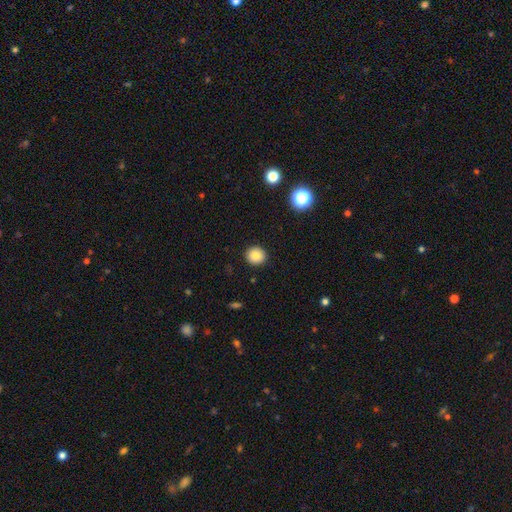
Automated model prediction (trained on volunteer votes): smooth 83%, star or artifact 11%, featured or disk 6%. Down the decision tree: how rounded — round (92%); merging — none (92%).